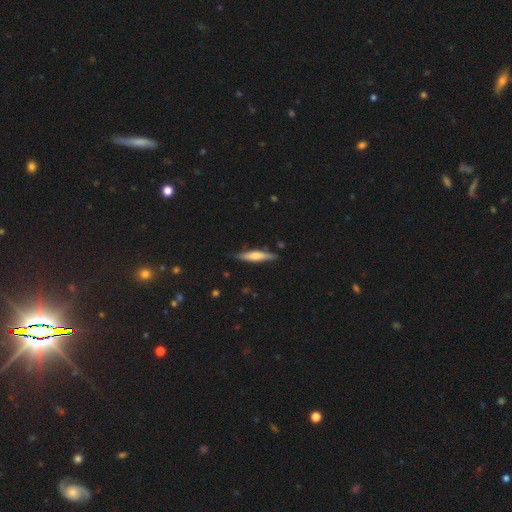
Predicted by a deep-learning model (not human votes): Smooth or featured: smooth — 49% (featured or disk — 45%)
Merging: none — 84% (minor disturbance — 12%)